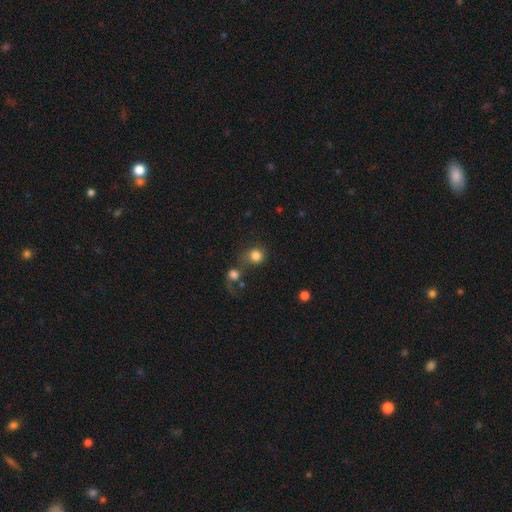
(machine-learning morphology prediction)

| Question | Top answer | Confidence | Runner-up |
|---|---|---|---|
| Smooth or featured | smooth | 81% | star or artifact (11%) |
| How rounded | round | 86% | in between (13%) |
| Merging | none | 46% | merger (35%) |